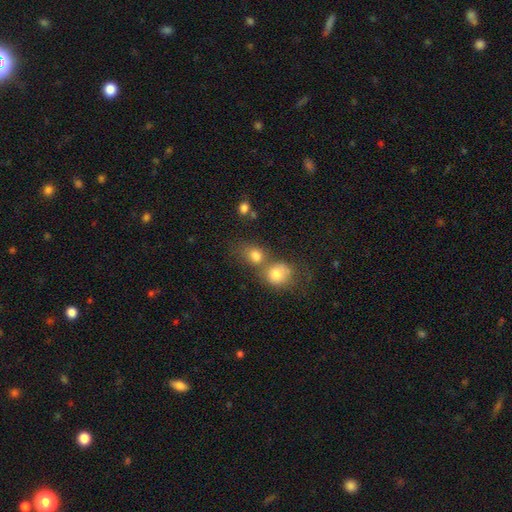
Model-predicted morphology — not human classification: Smooth or featured? smooth (79%)
How rounded? round (56%)
Merging? merger (50%)